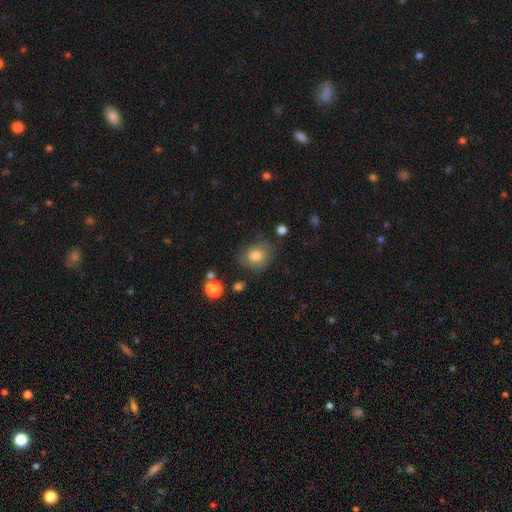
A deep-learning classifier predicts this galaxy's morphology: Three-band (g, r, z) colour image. It shows a smooth galaxy with no disk features (78%) that is round (60%). Merging: none (70%).